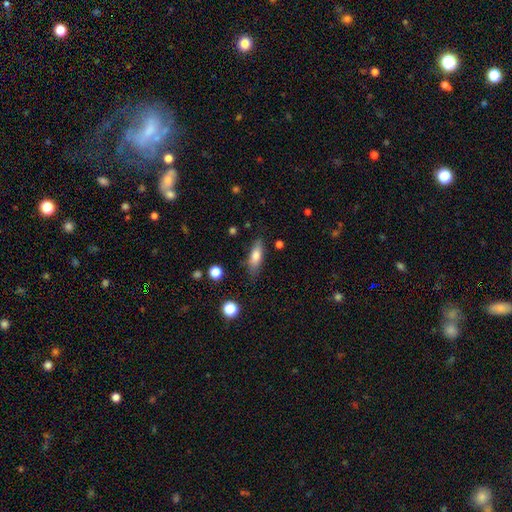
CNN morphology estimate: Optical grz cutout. It shows a smooth galaxy with no disk features (74%) that is in between round and cigar-shaped (64%). Merging: none (76%).